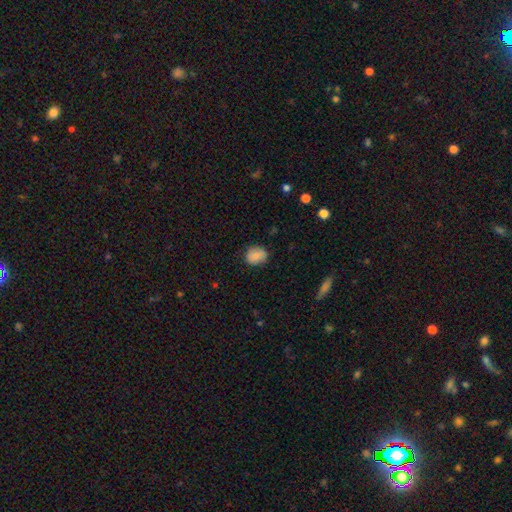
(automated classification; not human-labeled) Smooth or featured? Predicted: smooth (p=0.76). How rounded? Predicted: round (p=0.61). Merging? Predicted: none (p=0.81).